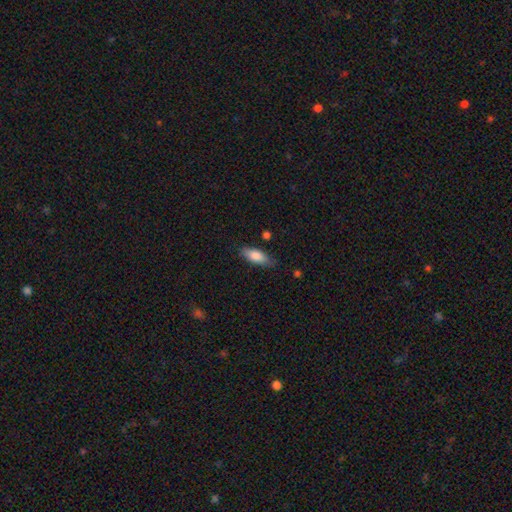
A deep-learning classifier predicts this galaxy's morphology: Smooth or featured: smooth — 81% (featured or disk — 13%)
How rounded: in between — 71% (cigar-shaped — 27%)
Merging: none — 81% (minor disturbance — 14%)